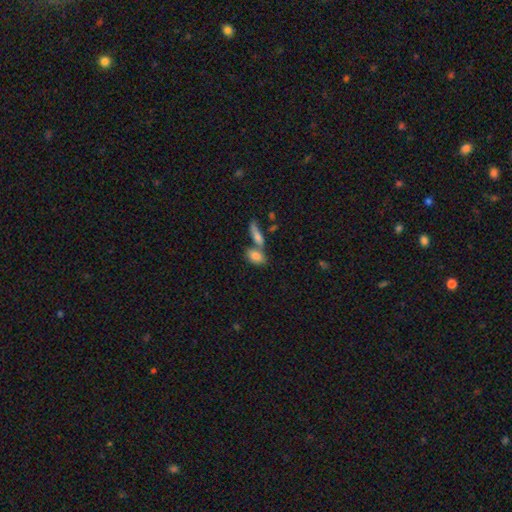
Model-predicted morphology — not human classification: Smooth or featured? smooth (80%)
How rounded? in between (82%)
Merging? none (43%, tied with merger)